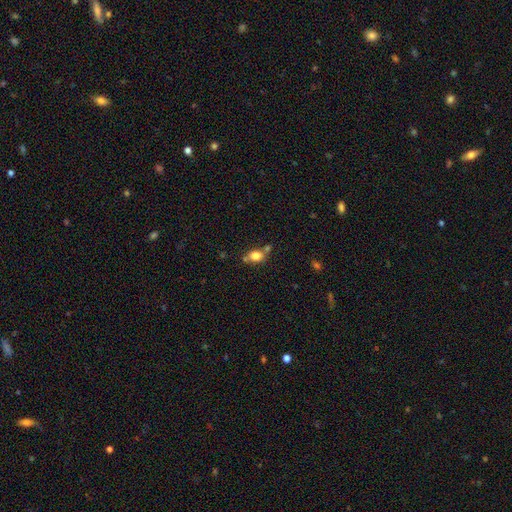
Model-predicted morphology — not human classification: Smooth or featured: smooth — 78% (featured or disk — 12%)
How rounded: in between — 53% (round — 45%)
Merging: none — 58% (merger — 21%)